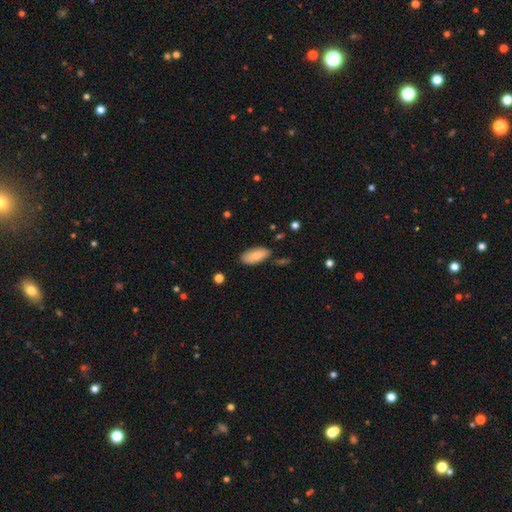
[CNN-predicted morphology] Smooth or featured: smooth — 84% (featured or disk — 10%)
How rounded: in between — 90% (cigar-shaped — 8%)
Merging: none — 76% (minor disturbance — 17%)